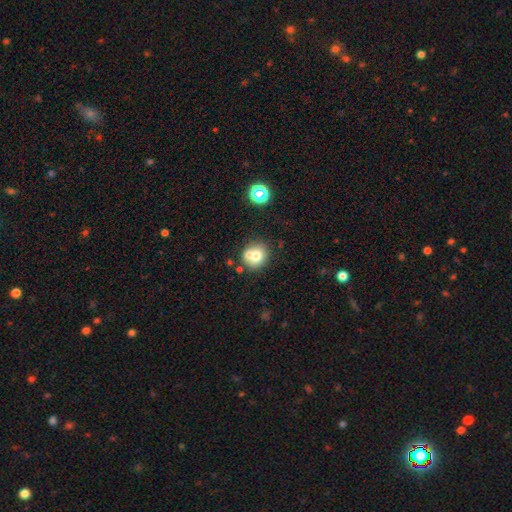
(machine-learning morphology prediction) This is likely a smooth galaxy (70%). How rounded: clearly round (83%). Merging: possibly none (55%).